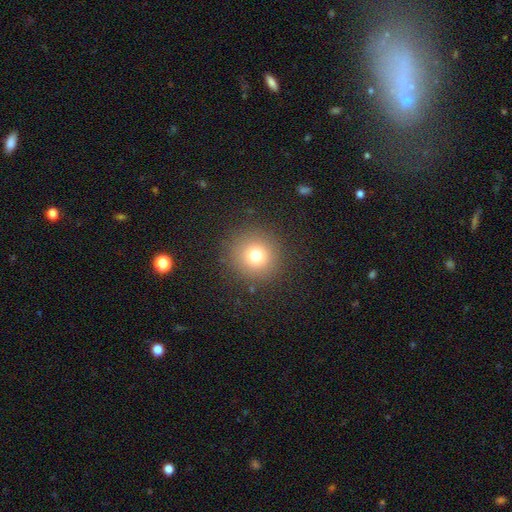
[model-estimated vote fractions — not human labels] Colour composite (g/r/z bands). It shows a smooth galaxy with no disk features (74%) that is round (95%). Merging: none (88%).